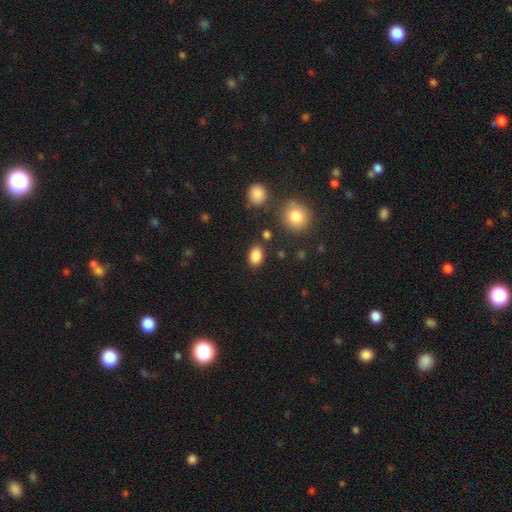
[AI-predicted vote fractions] smooth_or_featured: smooth (p=0.86) [alt: star or artifact p=0.09]
how_rounded: in between (p=0.80) [alt: round p=0.19]
merging: none (p=0.84) [alt: minor disturbance p=0.10]